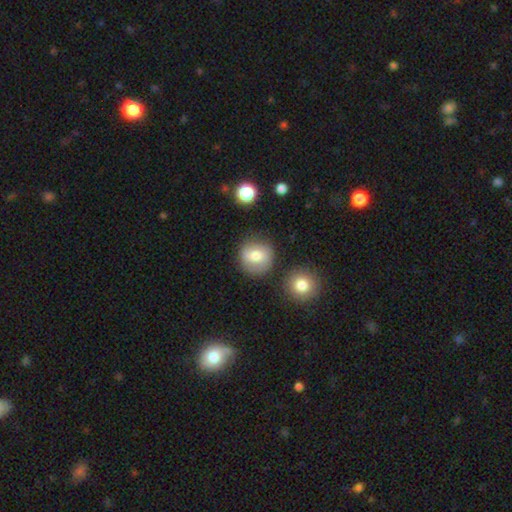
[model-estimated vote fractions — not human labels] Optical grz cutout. It shows a smooth galaxy with no disk features (70%) that is round (90%). Merging: none (79%).